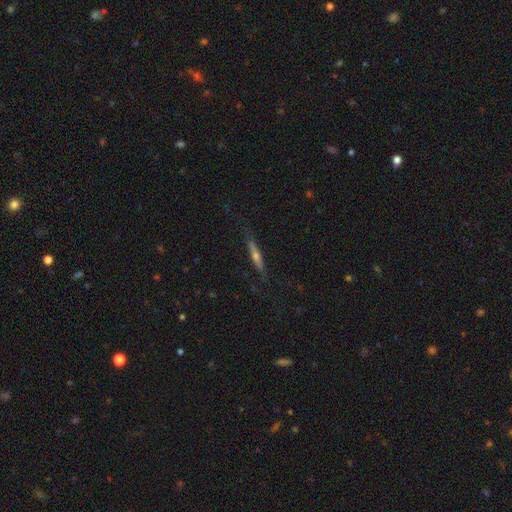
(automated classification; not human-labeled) Smooth or featured? Predicted: featured or disk (p=0.62). Edge-on disk? Predicted: yes (p=0.93). Edge-on bulge? Predicted: rounded (p=0.79). Merging? Predicted: none (p=0.79).